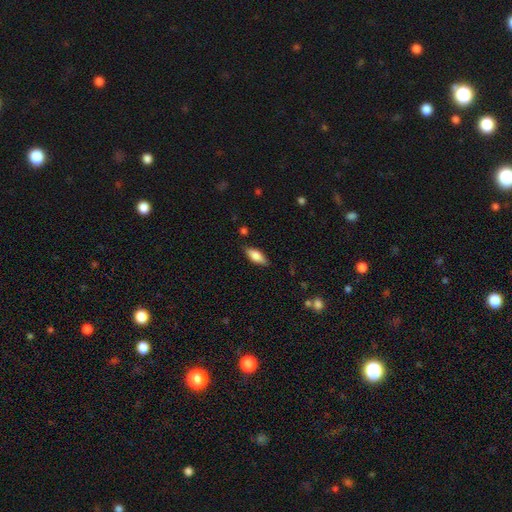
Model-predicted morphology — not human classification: smooth_or_featured: smooth (p=0.72) [alt: featured or disk p=0.21]
how_rounded: in between (p=0.76) [alt: cigar-shaped p=0.21]
merging: none (p=0.83) [alt: minor disturbance p=0.13]